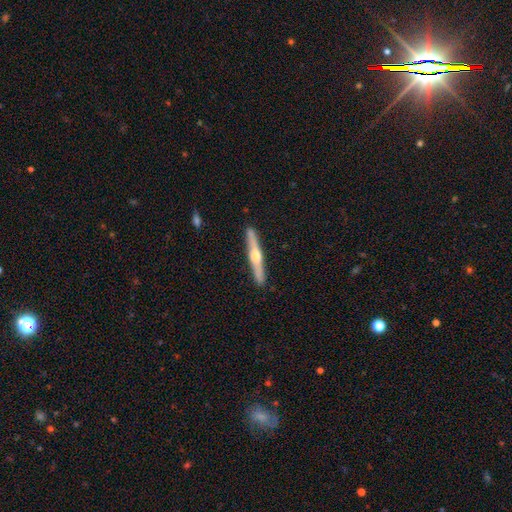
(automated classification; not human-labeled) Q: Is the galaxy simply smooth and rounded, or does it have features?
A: featured or disk — 69%.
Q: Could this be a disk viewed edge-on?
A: yes — 97%.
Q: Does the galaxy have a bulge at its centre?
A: rounded — 92%.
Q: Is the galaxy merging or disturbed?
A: none — 91%.